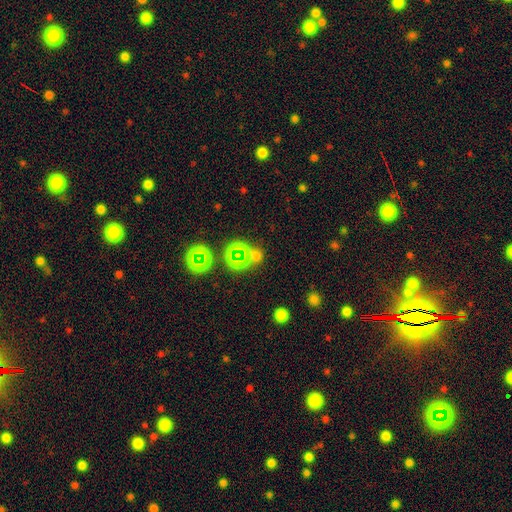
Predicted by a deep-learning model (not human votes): This is possibly a star or artifact rather than a galaxy (54%).